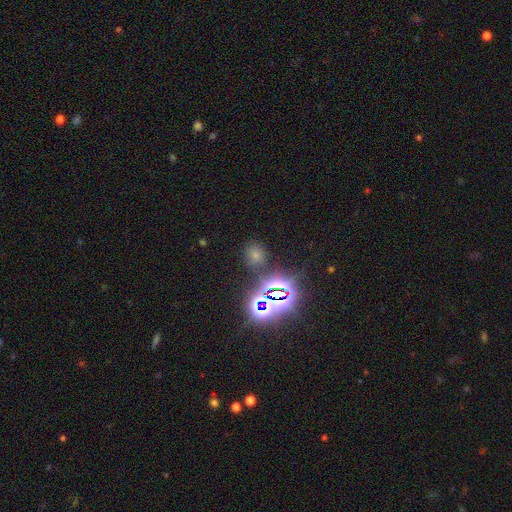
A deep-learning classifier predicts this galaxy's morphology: type=smooth (53%); roundness=round (67%); merging=none (79%).